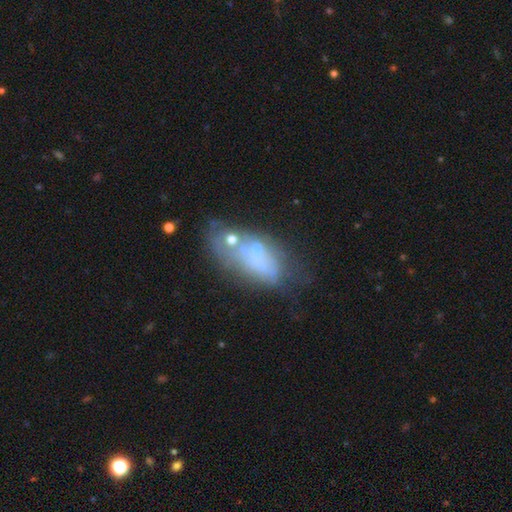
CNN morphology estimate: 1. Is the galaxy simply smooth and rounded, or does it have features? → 49% featured or disk, 36% smooth, 15% star or artifact.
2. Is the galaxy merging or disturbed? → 34% none, 24% major disturbance, 22% minor disturbance, 19% merger.